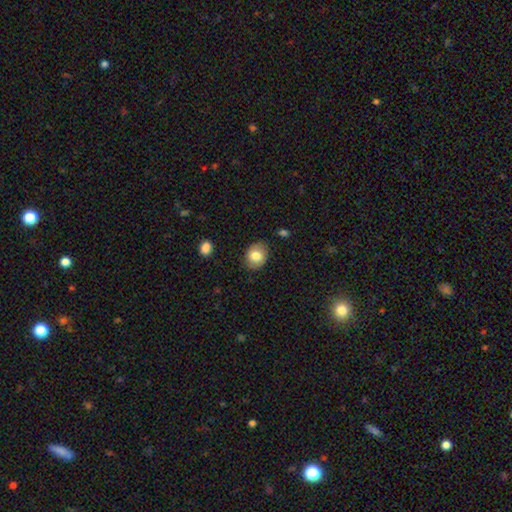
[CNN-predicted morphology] A smooth galaxy with no disk features (79%) that is in between round and cigar-shaped (57%).

Vote fractions:
- Smooth or featured? smooth: 79% / featured or disk: 13% / star or artifact: 8%
- How rounded? in between: 57% / round: 42% / cigar-shaped: 1%
- Merging? none: 83% / minor disturbance: 13% / major disturbance: 3% / merger: 1%